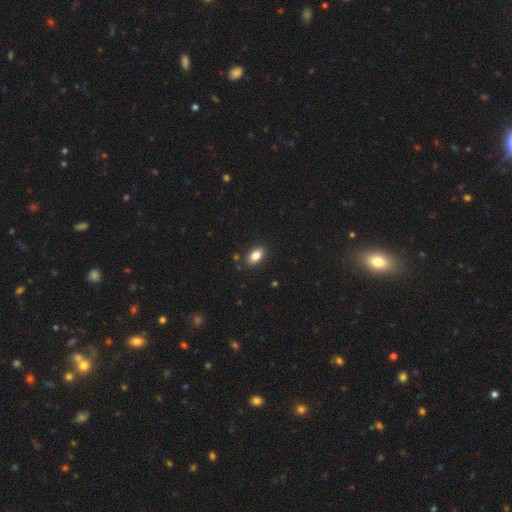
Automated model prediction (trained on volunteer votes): Overall: smooth (83%). How rounded: in between (90%). Merging: none (87%).